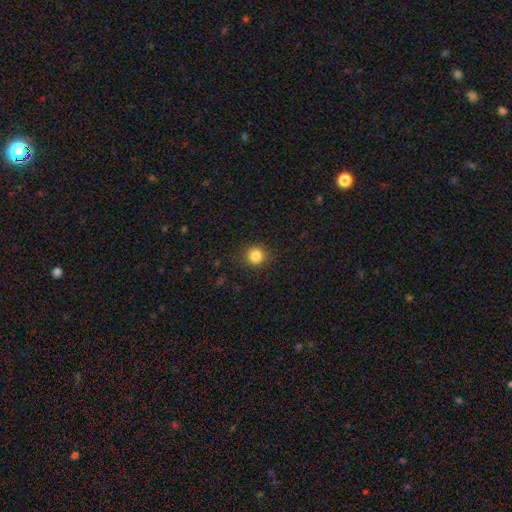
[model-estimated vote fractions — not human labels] This is clearly a smooth galaxy (84%). How rounded: clearly round (89%). Merging: clearly none (89%).